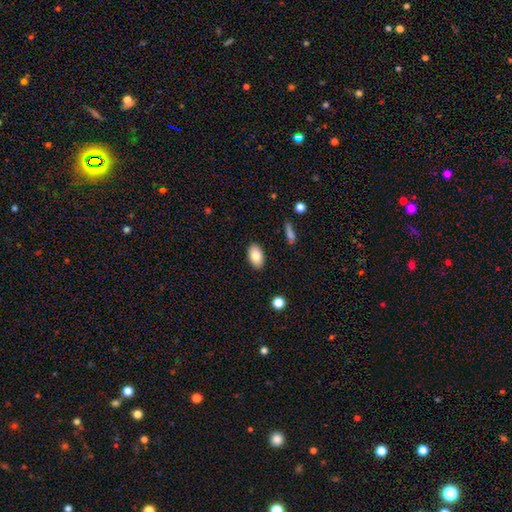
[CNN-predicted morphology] Smooth or featured?
  - smooth: 84% *
  - featured or disk: 9%
  - star or artifact: 7%
How rounded?
  - in between: 93% *
  - round: 6%
  - cigar-shaped: 2%
Merging?
  - none: 88% *
  - minor disturbance: 9%
  - major disturbance: 2%
  - merger: 1%